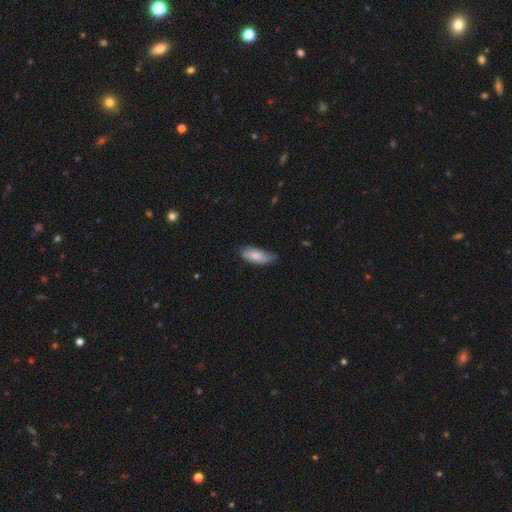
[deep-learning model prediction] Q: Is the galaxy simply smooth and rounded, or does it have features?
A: smooth — 77%.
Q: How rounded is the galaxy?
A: in between — 82%.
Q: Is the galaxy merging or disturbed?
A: none — 58%.